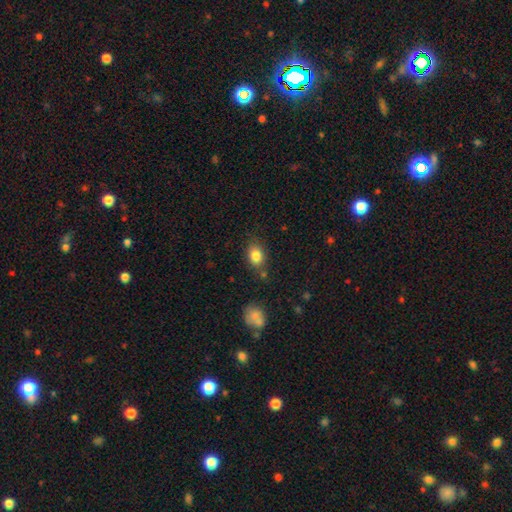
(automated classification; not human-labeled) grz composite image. It shows a smooth galaxy with no disk features (83%) that is in between round and cigar-shaped (68%). Merging: none (74%).